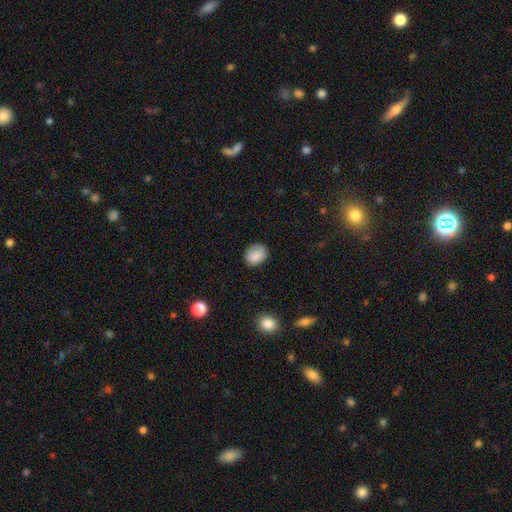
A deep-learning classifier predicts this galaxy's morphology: A smooth galaxy with no disk features (86%) that is round (61%).

Vote fractions:
- Smooth or featured? smooth: 86% / star or artifact: 8% / featured or disk: 6%
- How rounded? round: 61% / in between: 39% / cigar-shaped: 1%
- Merging? none: 76% / minor disturbance: 19% / major disturbance: 4% / merger: 1%